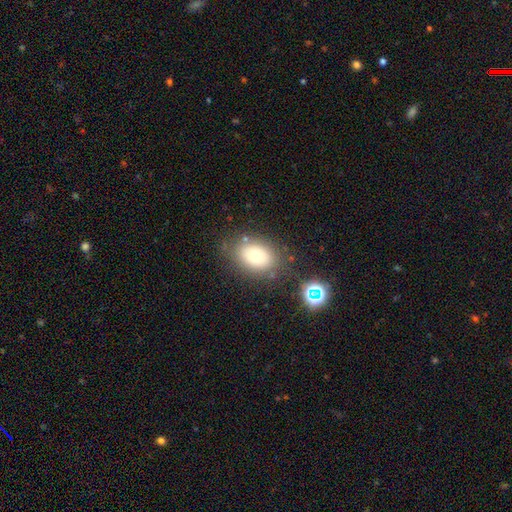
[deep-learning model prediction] Smooth or featured? Predicted: smooth (p=0.70). How rounded? Predicted: in between (p=0.71). Merging? Predicted: none (p=0.74).